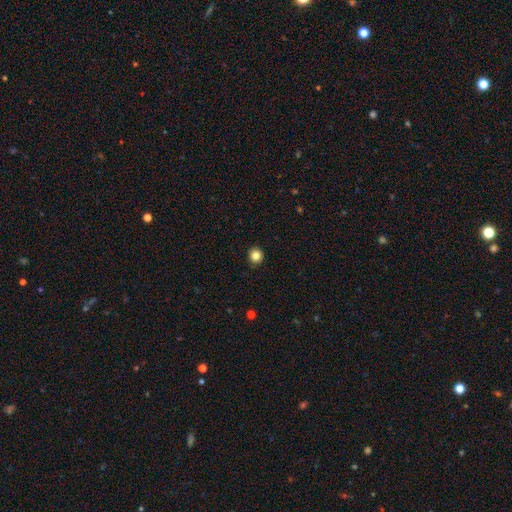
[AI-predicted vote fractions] smooth-or-featured: smooth: 84% | star or artifact: 11% | featured or disk: 5%
  how-rounded: round: 91% | in between: 8% | cigar-shaped: 1%
  merging: none: 92% | minor disturbance: 5% | major disturbance: 2% | merger: 1%